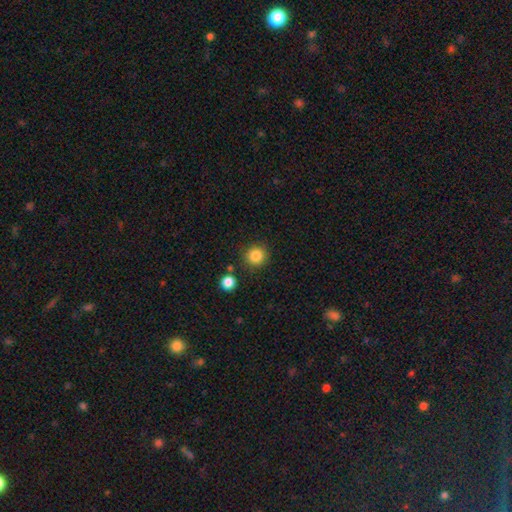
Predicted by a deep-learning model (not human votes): This appears to be a smooth galaxy with no disk features (86%) that is round (93%). Merging: none (86%).